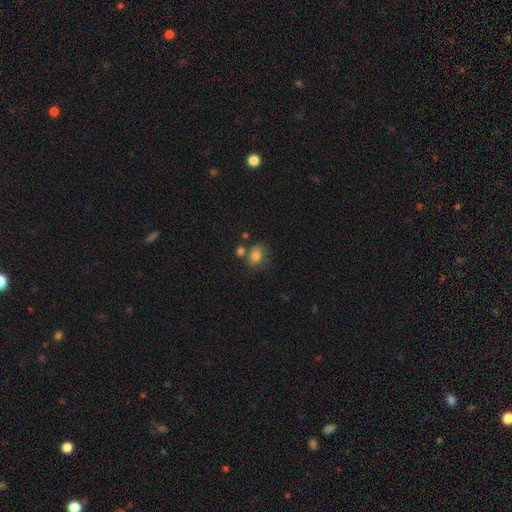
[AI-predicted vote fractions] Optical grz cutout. It shows a smooth galaxy with no disk features (77%) that is in between round and cigar-shaped (55%). Merging: none (53%).